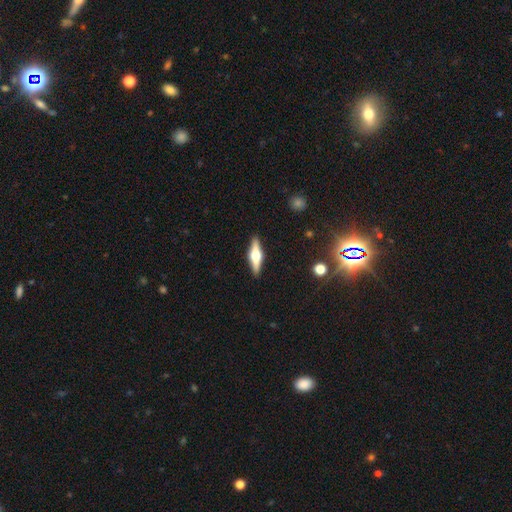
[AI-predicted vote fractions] This appears to be a featured or disk galaxy (67%) viewed edge-on (97%) with a rounded central bulge (94%). Merging: none (90%).